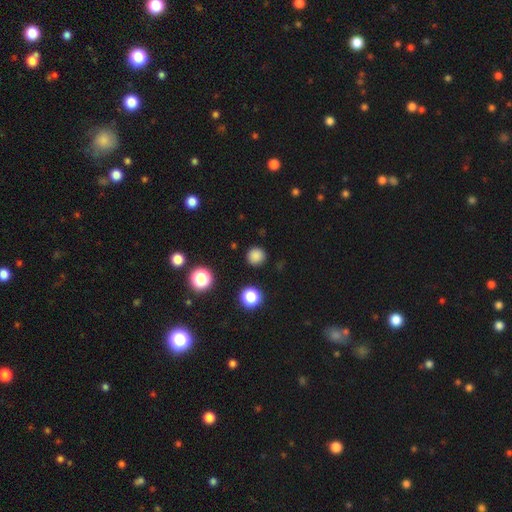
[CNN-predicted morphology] The model was most divided on "smooth or featured": smooth: 82%, star or artifact: 15%, featured or disk: 3%. More confident: how rounded — round (94%); merging — none (90%).